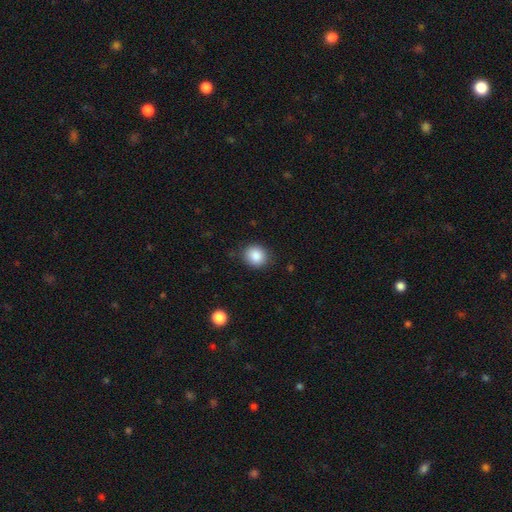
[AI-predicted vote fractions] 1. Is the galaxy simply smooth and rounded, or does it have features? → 87% smooth, 9% star or artifact, 4% featured or disk.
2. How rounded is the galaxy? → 77% round, 22% in between, 1% cigar-shaped.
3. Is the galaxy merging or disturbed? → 86% none, 10% minor disturbance, 3% major disturbance, 1% merger.